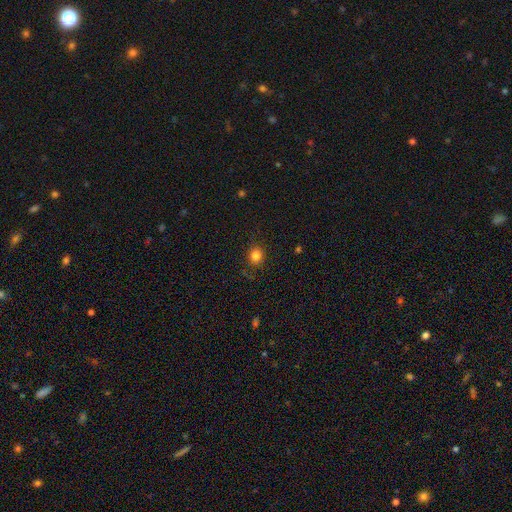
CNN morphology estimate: Overall: smooth (83%). How rounded: round (81%). Merging: none (85%).